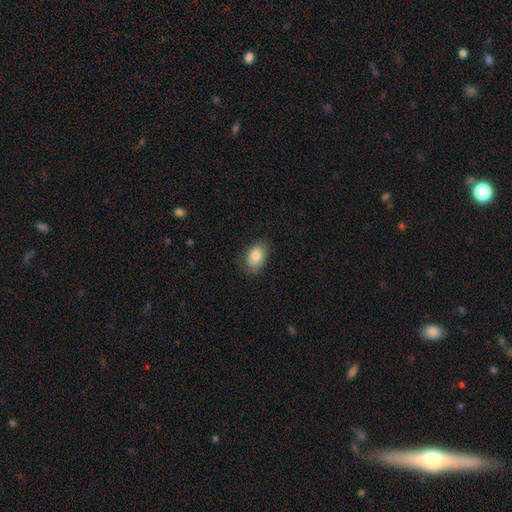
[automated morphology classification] This appears to be a smooth galaxy with no disk features (85%) that is in between round and cigar-shaped (84%). Merging: none (78%).